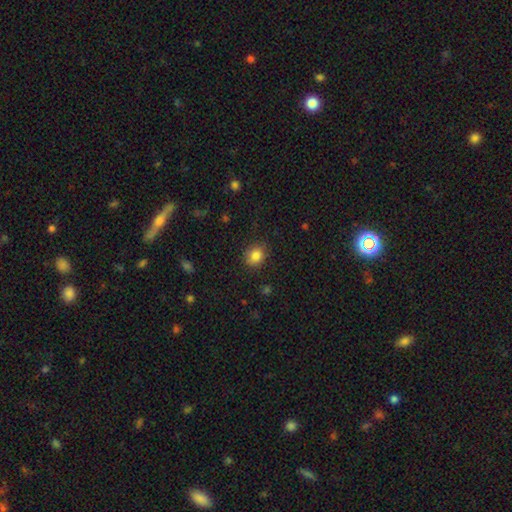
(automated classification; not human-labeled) Smooth or featured?
  - smooth: 84% *
  - star or artifact: 10%
  - featured or disk: 6%
How rounded?
  - round: 62% *
  - in between: 37%
  - cigar-shaped: 1%
Merging?
  - none: 85% *
  - minor disturbance: 11%
  - major disturbance: 3%
  - merger: 1%